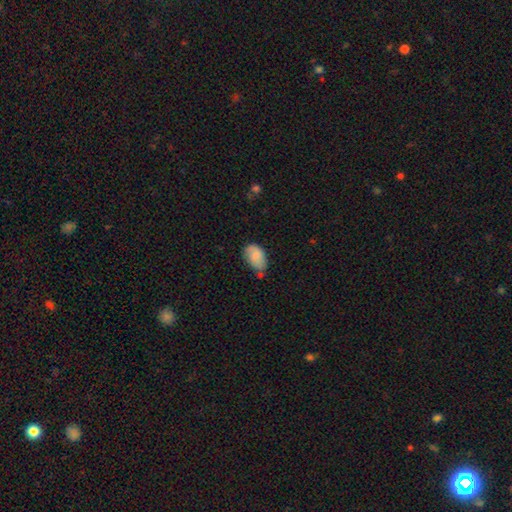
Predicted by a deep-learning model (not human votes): A smooth galaxy with no disk features (79%) that is in between round and cigar-shaped (90%).

Vote fractions:
- Smooth or featured? smooth: 79% / featured or disk: 14% / star or artifact: 7%
- How rounded? in between: 90% / round: 9% / cigar-shaped: 1%
- Merging? none: 50% / minor disturbance: 34% / merger: 8% / major disturbance: 8%